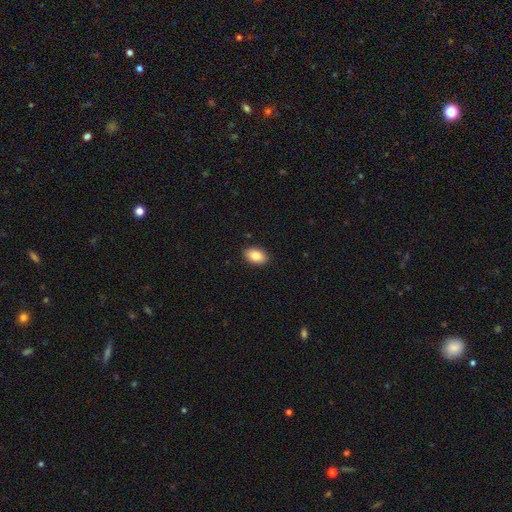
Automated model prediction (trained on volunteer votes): smooth 85%, featured or disk 8%, star or artifact 7%. Down the decision tree: how rounded — in between (90%); merging — none (90%).